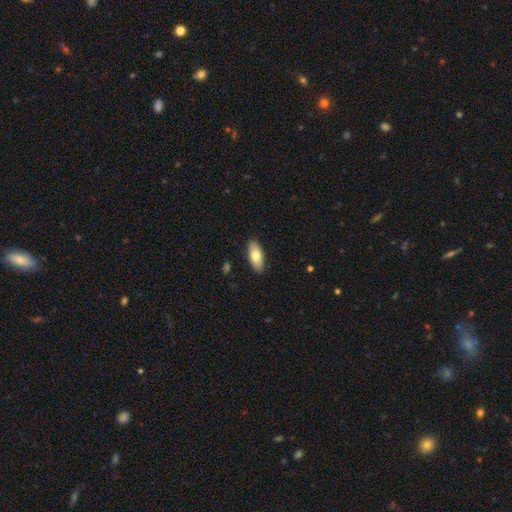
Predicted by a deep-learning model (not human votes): This appears to be a smooth galaxy with no disk features (74%) that is in between round and cigar-shaped (84%). Merging: none (89%).